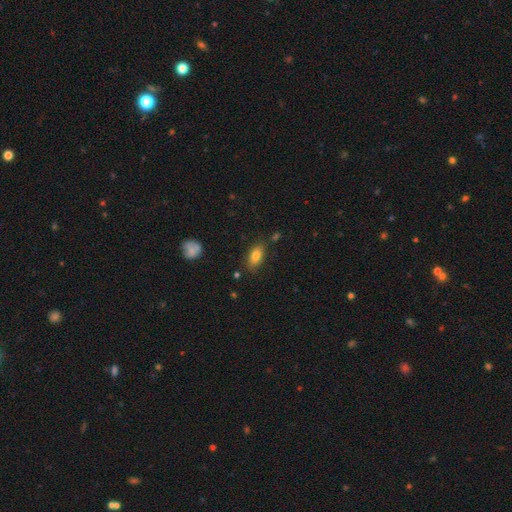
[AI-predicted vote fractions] A smooth galaxy with no disk features (81%) that is in between round and cigar-shaped (87%). Merging: none (78%).